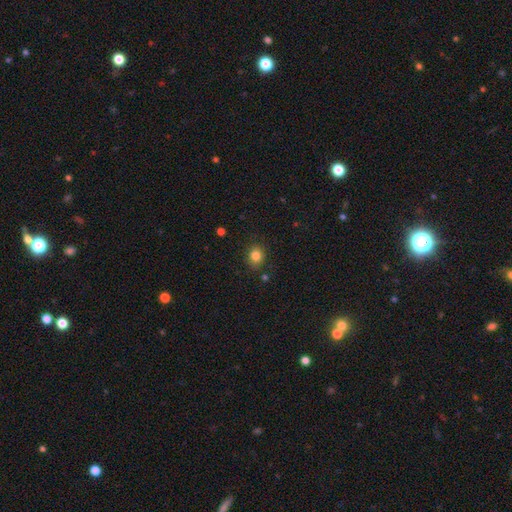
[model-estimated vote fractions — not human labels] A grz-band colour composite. It shows a smooth galaxy with no disk features (83%) that is round (66%). Merging: none (84%).